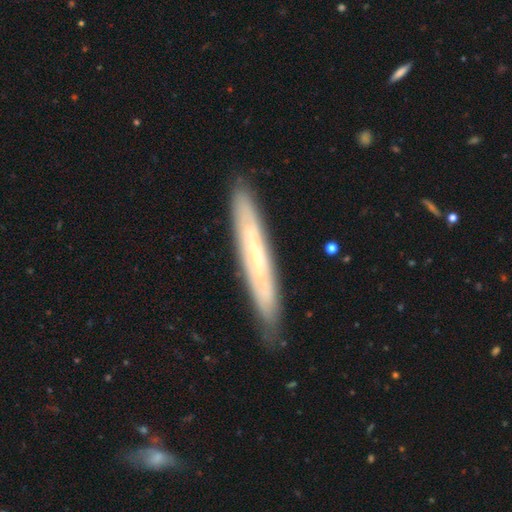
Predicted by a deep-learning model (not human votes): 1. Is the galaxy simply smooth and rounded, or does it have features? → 61% featured or disk, 33% smooth, 6% star or artifact.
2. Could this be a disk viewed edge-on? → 74% yes, 26% no.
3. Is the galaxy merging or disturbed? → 87% none, 10% minor disturbance, 2% major disturbance, 1% merger.